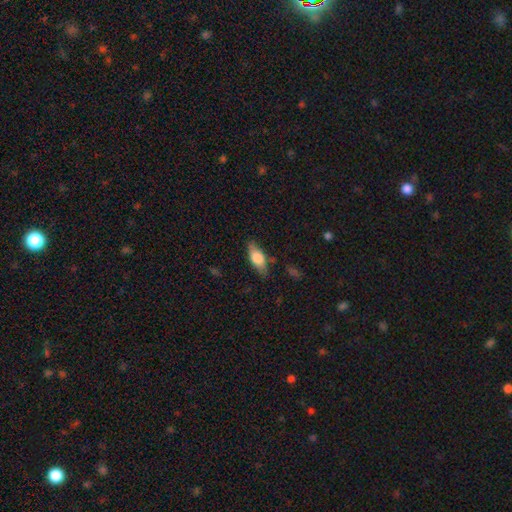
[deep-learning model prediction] Smooth or featured?
  - smooth: 65% *
  - featured or disk: 28%
  - star or artifact: 7%
How rounded?
  - in between: 73% *
  - cigar-shaped: 24%
  - round: 4%
Merging?
  - none: 78% *
  - minor disturbance: 16%
  - major disturbance: 4%
  - merger: 2%